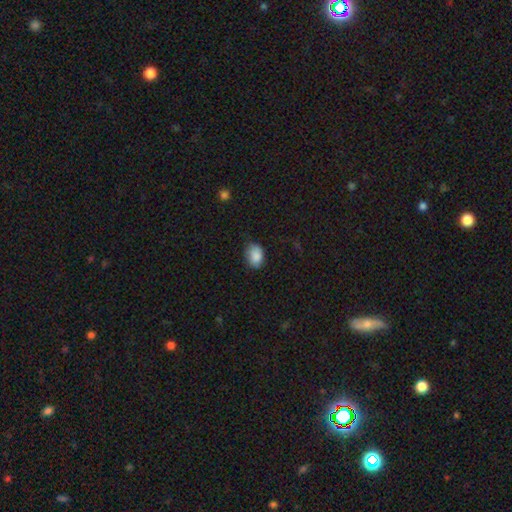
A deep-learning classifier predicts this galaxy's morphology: A smooth galaxy with no disk features (88%) that is in between round and cigar-shaped (77%). Merging: none (73%).